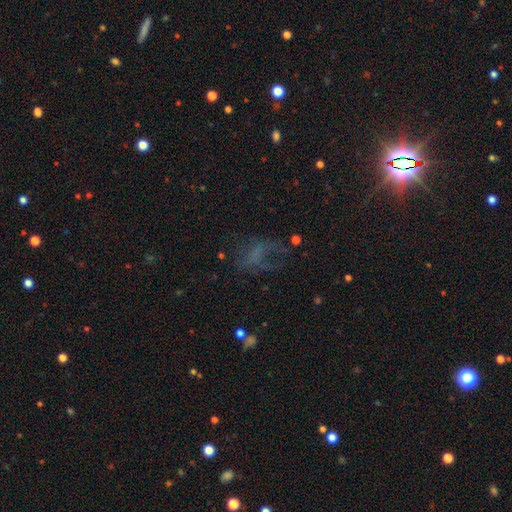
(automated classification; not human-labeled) A featured or disk galaxy (39%).

Vote fractions:
- Smooth or featured? featured or disk: 39% / smooth: 32% / star or artifact: 29%
- Merging? none: 39% (tied) / major disturbance: 39% (tied) / minor disturbance: 19% / merger: 3%